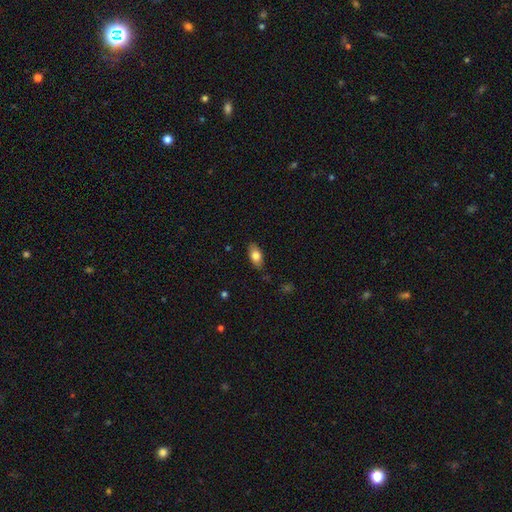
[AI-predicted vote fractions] Q: Smooth or featured?
A: smooth (78%); runner-up: featured or disk (15%)
Q: How rounded?
A: in between (89%); runner-up: cigar-shaped (7%)
Q: Merging?
A: none (84%); runner-up: minor disturbance (12%)